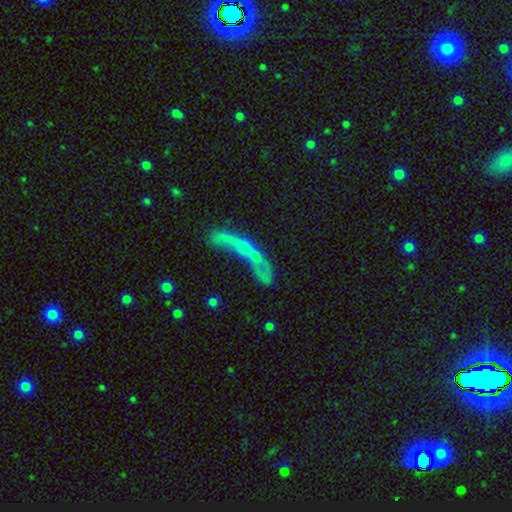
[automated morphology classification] The model was most divided on "smooth or featured": featured or disk: 48%, smooth: 40%, star or artifact: 12%. Remaining: merging — merger (44%).